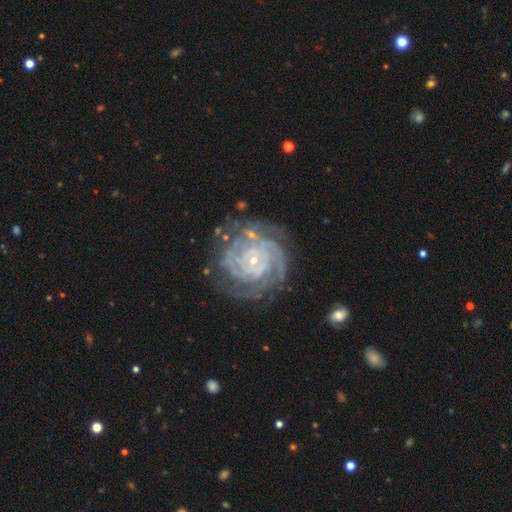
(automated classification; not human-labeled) smooth_or_featured: featured or disk (p=0.89) [alt: star or artifact p=0.06]
disk_edge_on: no (p=0.97) [alt: yes p=0.03]
bar: no (p=0.66) [alt: weak p=0.24]
has_spiral_arms: yes (p=0.98) [alt: no p=0.02]
spiral_winding: tight (p=0.82) [alt: medium p=0.15]
spiral_arm_count: can't tell (p=0.22) [alt: 2 p=0.21]
bulge_size: small (p=0.84) [alt: moderate p=0.12]
merging: none (p=0.74) [alt: minor disturbance p=0.16]